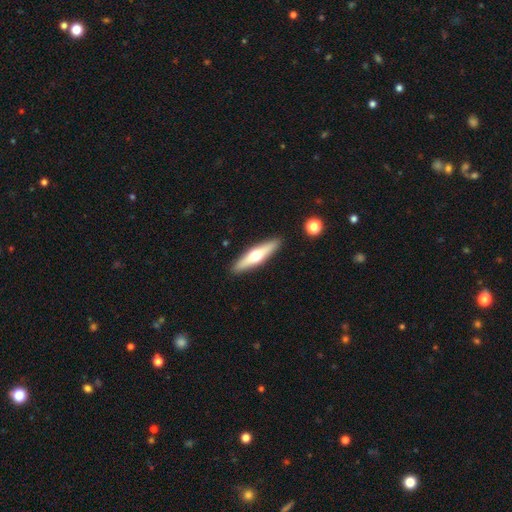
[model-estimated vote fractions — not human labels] Smooth or featured? Predicted: featured or disk (p=0.52). Edge-on disk? Predicted: yes (p=0.92). Merging? Predicted: none (p=0.90).